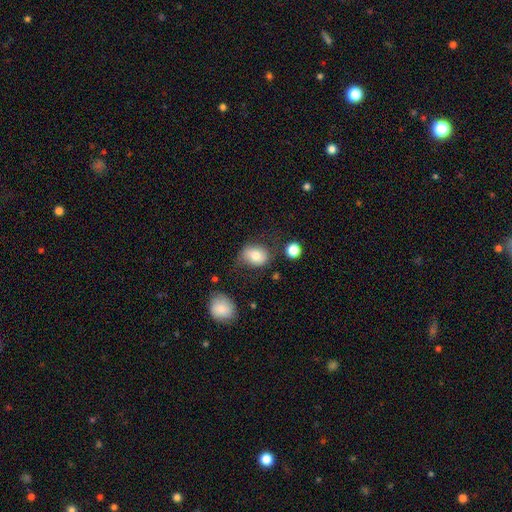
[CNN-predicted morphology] This is likely a smooth galaxy (76%). How rounded: likely in between (63%). Merging: possibly none (56%).